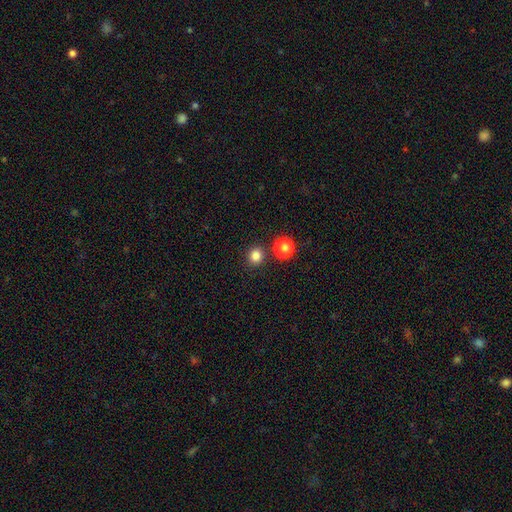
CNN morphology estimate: Smooth or featured?
  - smooth: 83% *
  - star or artifact: 14%
  - featured or disk: 4%
How rounded?
  - round: 88% *
  - in between: 11%
  - cigar-shaped: 1%
Merging?
  - none: 84% *
  - merger: 8%
  - minor disturbance: 6%
  - major disturbance: 2%